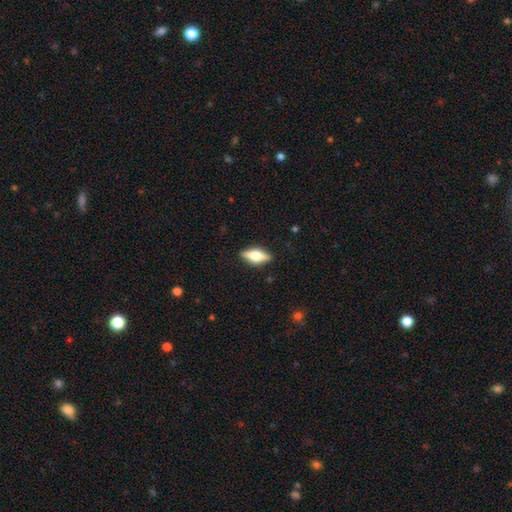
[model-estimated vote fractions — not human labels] smooth-or-featured: featured or disk: 54% | smooth: 39% | star or artifact: 7%
  disk-edge-on: yes: 92% | no: 8%
  merging: none: 88% | minor disturbance: 9% | major disturbance: 2% | merger: 1%